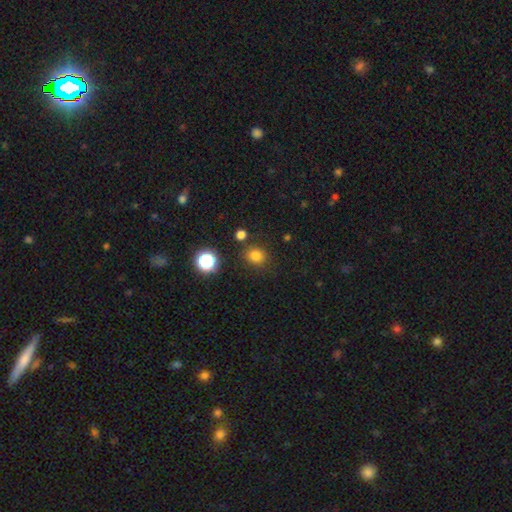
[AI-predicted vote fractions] smooth_or_featured: smooth (p=0.78) [alt: star or artifact p=0.17]
how_rounded: round (p=0.79) [alt: in between p=0.20]
merging: none (p=0.83) [alt: minor disturbance p=0.09]